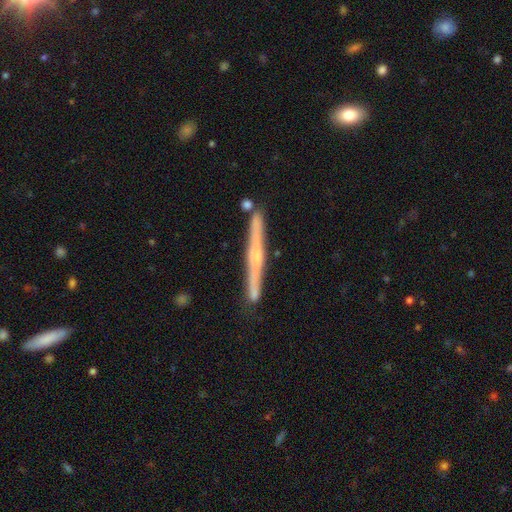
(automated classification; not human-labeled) Smooth or featured? featured or disk (71%)
Edge-on disk? yes (97%)
Edge-on bulge? rounded (65%)
Merging? none (84%)